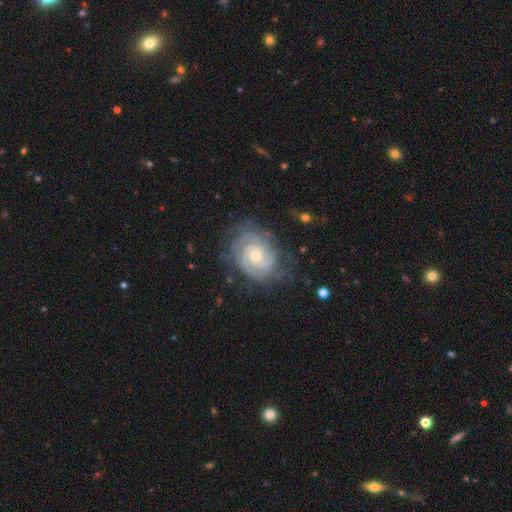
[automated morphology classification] The model was most divided on "spiral arm count": 2: 33%, can't tell: 31%, 3: 17%, 4: 9%, more than 4: 5%, 1: 5%. More confident: edge-on disk — no (98%); spiral arms — yes (95%); smooth or featured — featured or disk (84%); spiral winding — tight (72%); merging — none (70%); bar — no (69%); bulge size — small (68%).